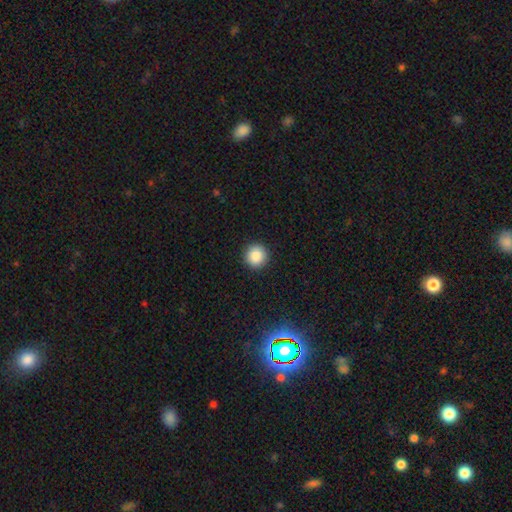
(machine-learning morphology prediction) A smooth galaxy with no disk features (87%) that is round (95%).

Vote fractions:
- Smooth or featured? smooth: 87% / star or artifact: 9% / featured or disk: 4%
- How rounded? round: 95% / in between: 4% / cigar-shaped: 1%
- Merging? none: 92% / minor disturbance: 5% / major disturbance: 2% / merger: 1%